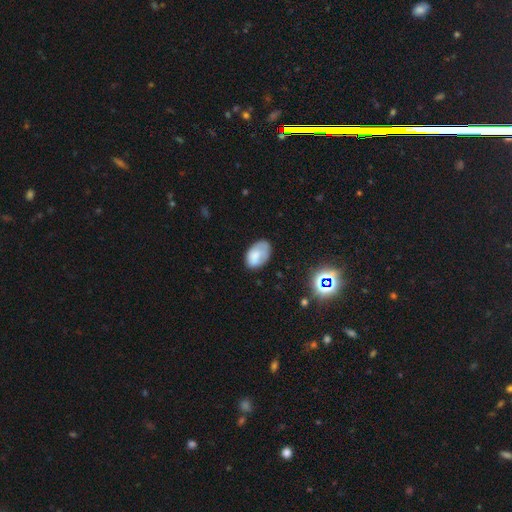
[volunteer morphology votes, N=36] Smooth or featured? smooth (81%)
How rounded? in between (97%)
Merging? none (63%)